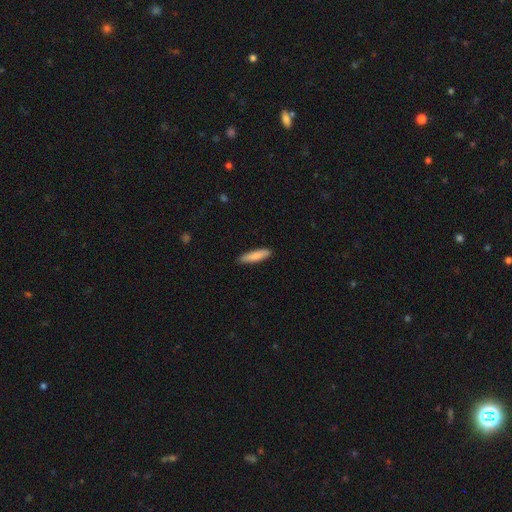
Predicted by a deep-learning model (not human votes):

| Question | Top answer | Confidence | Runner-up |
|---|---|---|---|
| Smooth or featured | smooth | 84% | featured or disk (11%) |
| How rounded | cigar-shaped | 78% | in between (21%) |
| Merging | none | 88% | minor disturbance (9%) |